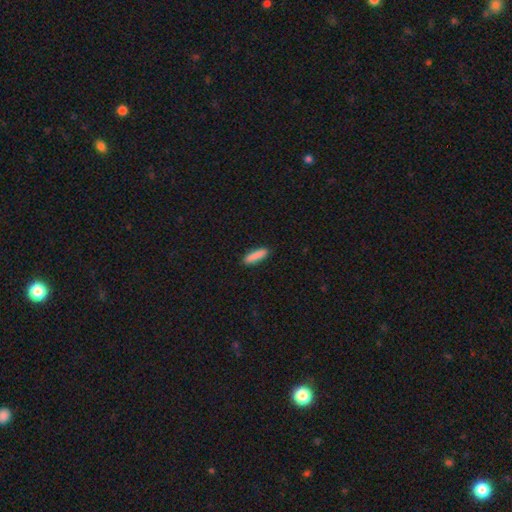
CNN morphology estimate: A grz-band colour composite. It shows a smooth galaxy with no disk features (88%) that is cigar-shaped (72%). Merging: none (90%).